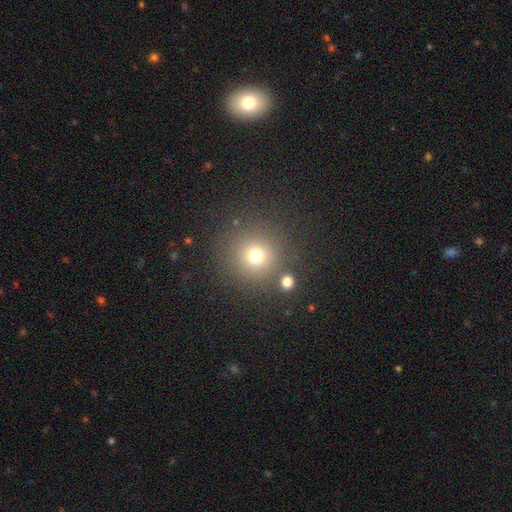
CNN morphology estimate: type=smooth (72%); roundness=round (94%); merging=none (82%).